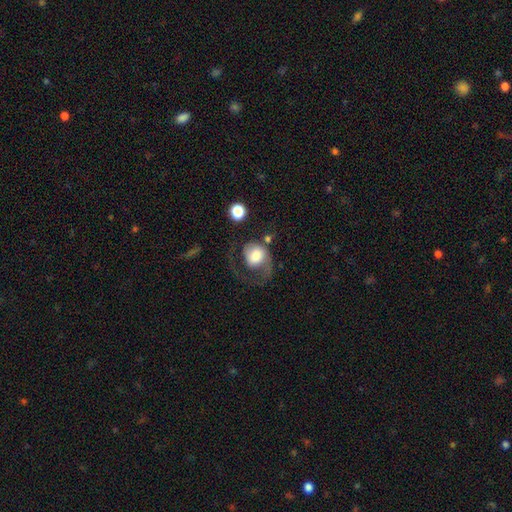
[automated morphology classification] Smooth or featured? Predicted: featured or disk (p=0.47). Merging? Predicted: major disturbance (p=0.51).